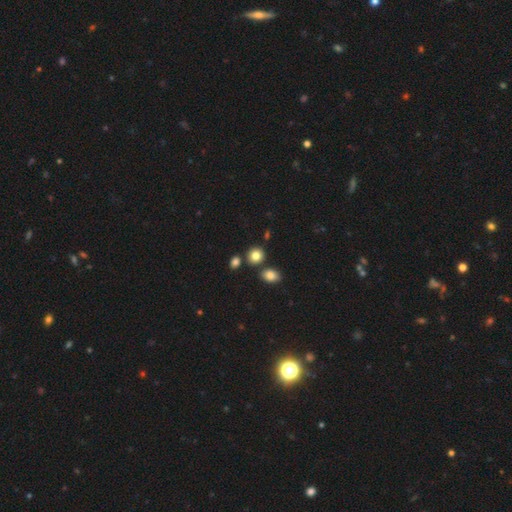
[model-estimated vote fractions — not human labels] Smooth or featured? smooth (83%)
How rounded? round (71%)
Merging? none (75%)